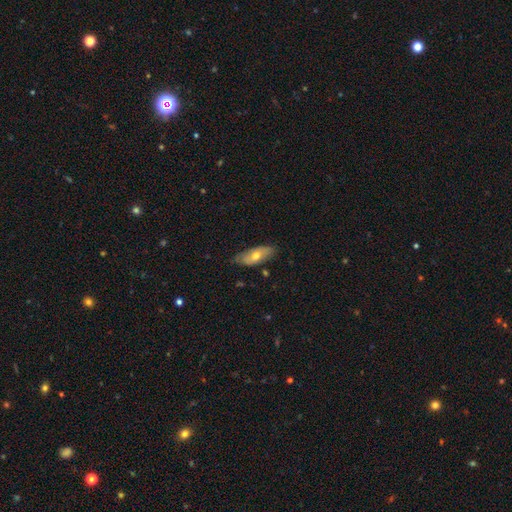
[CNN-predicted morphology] smooth 60%, featured or disk 33%, star or artifact 6%. Down the decision tree: how rounded — in between (82%); merging — none (74%).